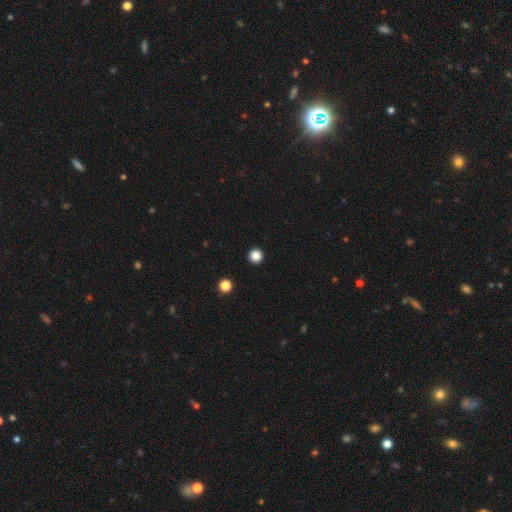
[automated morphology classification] Smooth or featured? smooth (85%)
How rounded? round (97%)
Merging? none (94%)